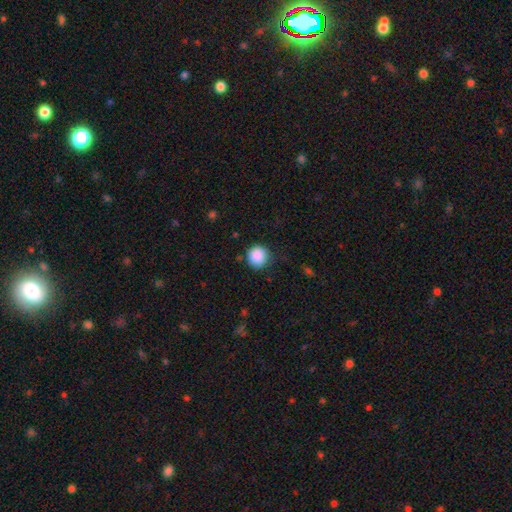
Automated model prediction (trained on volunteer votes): Smooth or featured? smooth (88%)
How rounded? round (94%)
Merging? none (82%)